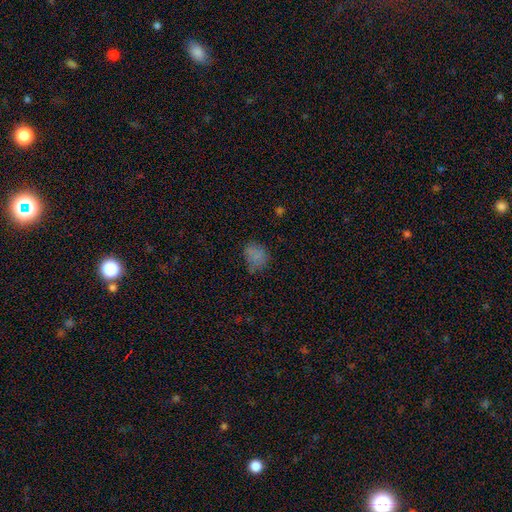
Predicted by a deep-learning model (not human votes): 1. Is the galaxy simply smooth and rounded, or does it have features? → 69% smooth, 20% star or artifact, 11% featured or disk.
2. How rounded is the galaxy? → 62% round, 37% in between, 1% cigar-shaped.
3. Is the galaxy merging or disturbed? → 62% none, 25% minor disturbance, 10% major disturbance, 3% merger.